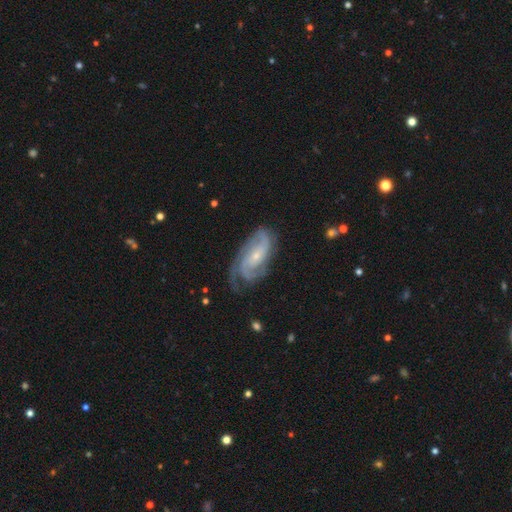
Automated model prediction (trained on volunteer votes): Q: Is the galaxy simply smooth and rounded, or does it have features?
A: featured or disk — 88%.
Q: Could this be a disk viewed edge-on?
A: no — 96%.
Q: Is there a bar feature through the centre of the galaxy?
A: no — 57%.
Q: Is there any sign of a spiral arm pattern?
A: yes — 97%.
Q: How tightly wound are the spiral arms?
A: tight — 47%.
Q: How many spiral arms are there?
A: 2 — 35%.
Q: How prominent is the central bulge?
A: small — 75%.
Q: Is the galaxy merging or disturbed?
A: none — 67%.